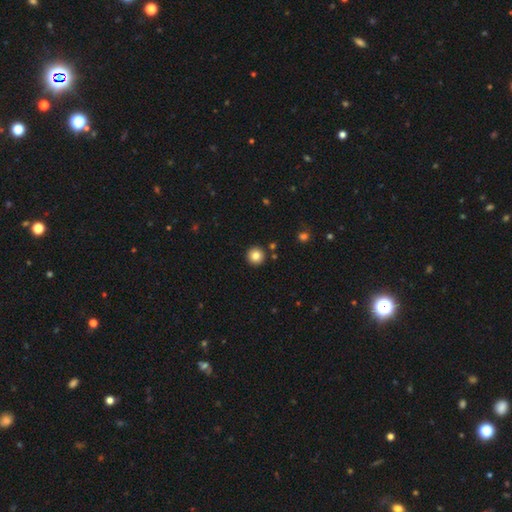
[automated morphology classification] Smooth or featured? Predicted: smooth (p=0.83). How rounded? Predicted: round (p=0.96). Merging? Predicted: none (p=0.91).